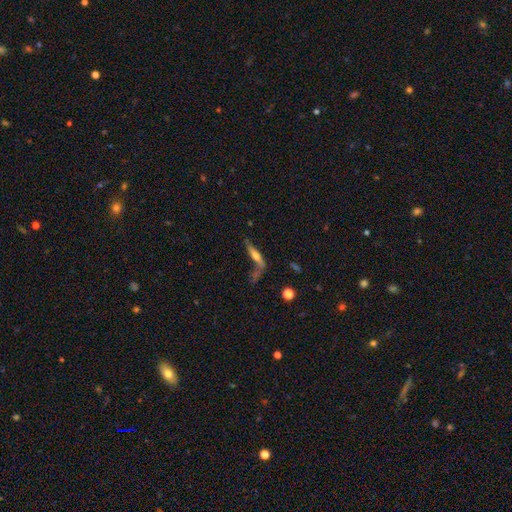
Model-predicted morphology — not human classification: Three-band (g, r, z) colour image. It shows a featured or disk galaxy (53%) viewed edge-on (85%). Merging: none (50%).